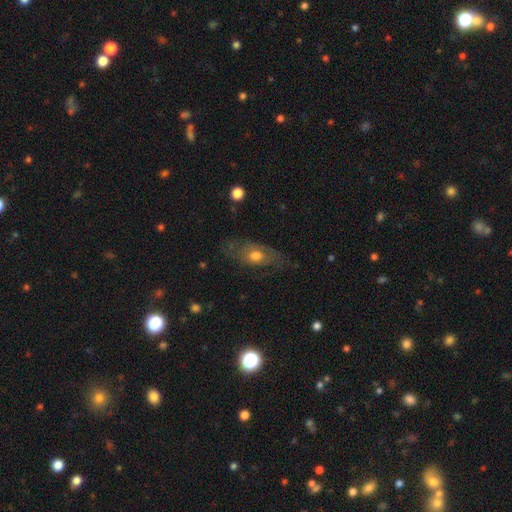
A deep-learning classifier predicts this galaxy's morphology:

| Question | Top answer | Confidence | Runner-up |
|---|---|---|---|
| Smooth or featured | featured or disk | 46% | tied: smooth (46%) |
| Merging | none | 63% | minor disturbance (22%) |